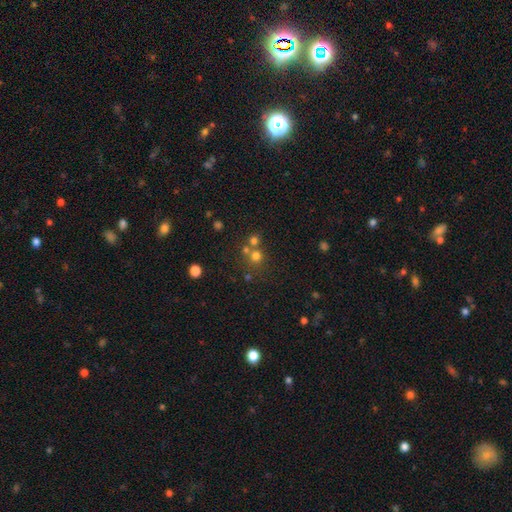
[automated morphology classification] smooth 67%, star or artifact 21%, featured or disk 12%. Down the decision tree: how rounded — round (89%); merging — none (55%).